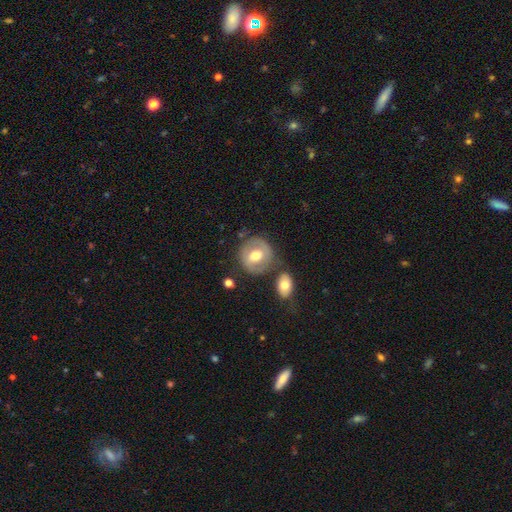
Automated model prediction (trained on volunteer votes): featured or disk 49%, smooth 45%, star or artifact 6%. Down the decision tree: merging — none (70%).